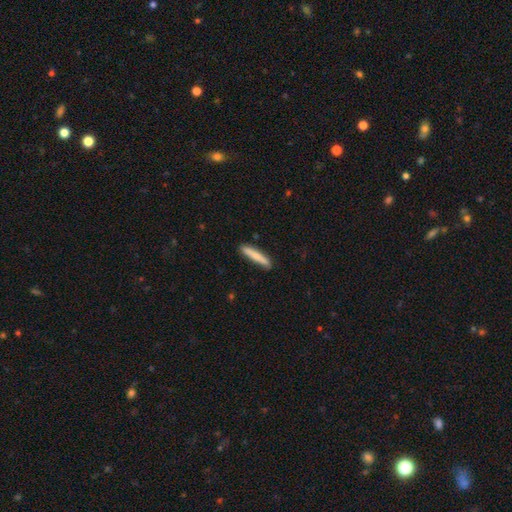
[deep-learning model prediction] Smooth or featured?
  - smooth: 72% *
  - featured or disk: 22%
  - star or artifact: 5%
How rounded?
  - cigar-shaped: 92% *
  - in between: 7%
  - round: 1%
Merging?
  - none: 85% *
  - minor disturbance: 12%
  - major disturbance: 2%
  - merger: 1%